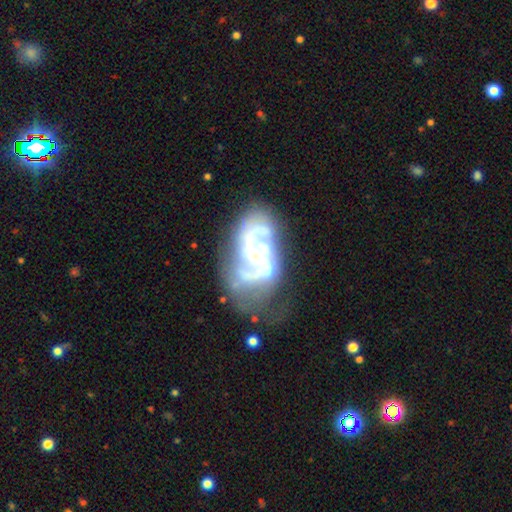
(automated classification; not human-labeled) Overall: featured or disk (85%). Edge-on disk: no (97%). Bar: no (70%). Spiral arms: yes (87%). Spiral arm count: 2 (45%; can't tell 23%). Spiral winding: medium (44%; tight 39%). Bulge size: moderate (61%; small 30%). Merging: none (44%; major disturbance 23%).